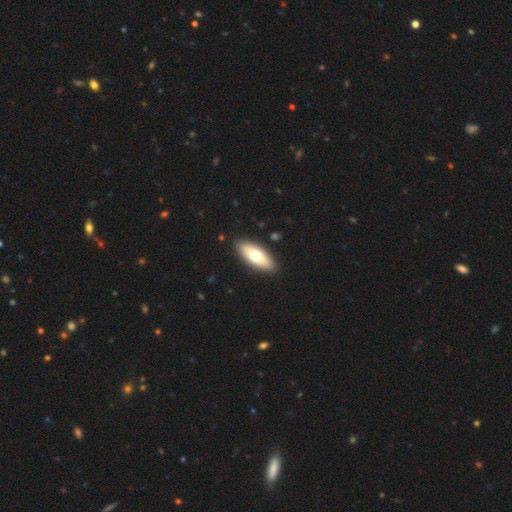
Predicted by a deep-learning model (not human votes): This appears to be a smooth galaxy with no disk features (68%) that is in between round and cigar-shaped (76%). Merging: none (90%).